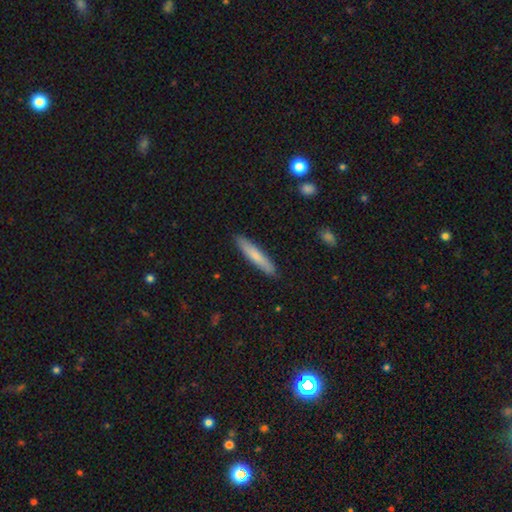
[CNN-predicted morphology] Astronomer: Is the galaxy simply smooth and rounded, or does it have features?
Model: smooth — 75%.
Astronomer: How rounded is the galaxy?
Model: cigar-shaped — 91%.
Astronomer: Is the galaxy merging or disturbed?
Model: none — 90%.